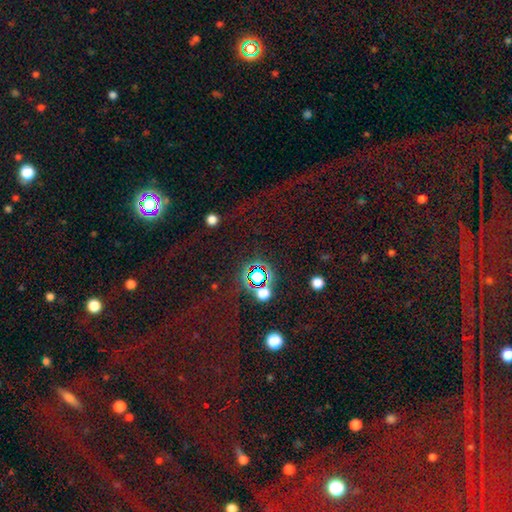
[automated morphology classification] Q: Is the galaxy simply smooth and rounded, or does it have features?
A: star or artifact — 75%.